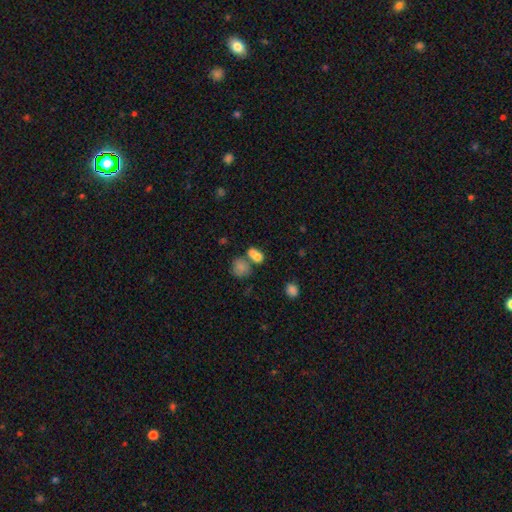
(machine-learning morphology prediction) smooth_or_featured: smooth (p=0.78) [alt: star or artifact p=0.11]
how_rounded: in between (p=0.69) [alt: round p=0.27]
merging: merger (p=0.50) [alt: none p=0.35]